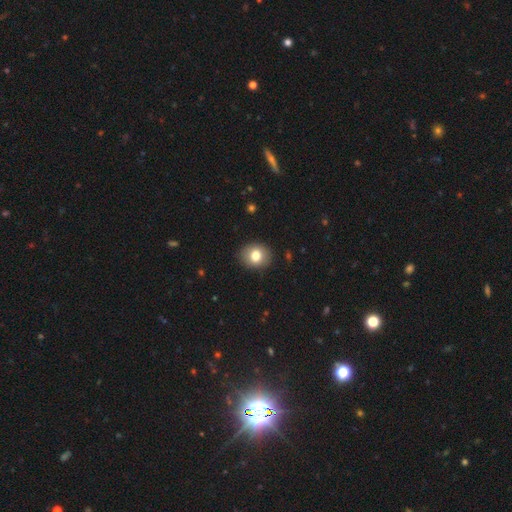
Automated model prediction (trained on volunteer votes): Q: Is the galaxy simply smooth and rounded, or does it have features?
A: smooth — 79%.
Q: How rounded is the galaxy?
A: round — 67%.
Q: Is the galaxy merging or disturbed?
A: none — 89%.